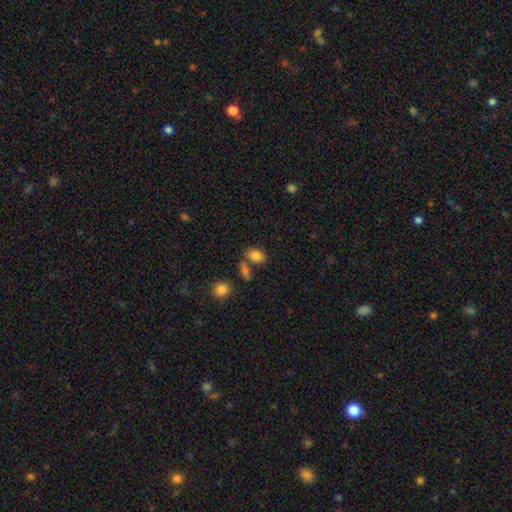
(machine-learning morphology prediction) Q: Smooth or featured?
A: smooth (84%); runner-up: star or artifact (9%)
Q: How rounded?
A: in between (84%); runner-up: round (14%)
Q: Merging?
A: none (62%); runner-up: merger (20%)